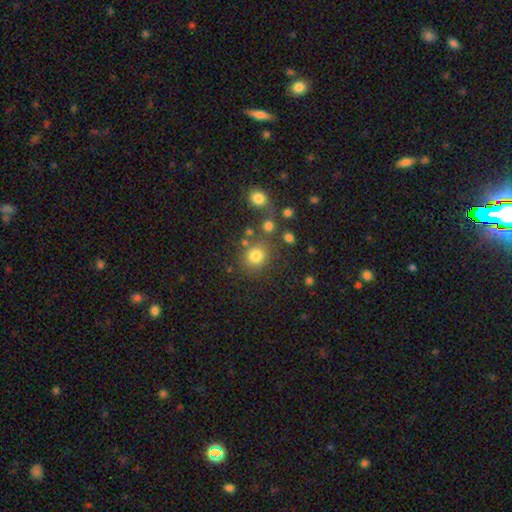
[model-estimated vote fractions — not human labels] smooth-or-featured: smooth: 79% | star or artifact: 14% | featured or disk: 7%
  how-rounded: round: 84% | in between: 15% | cigar-shaped: 1%
  merging: none: 74% | minor disturbance: 11% | merger: 10% | major disturbance: 6%